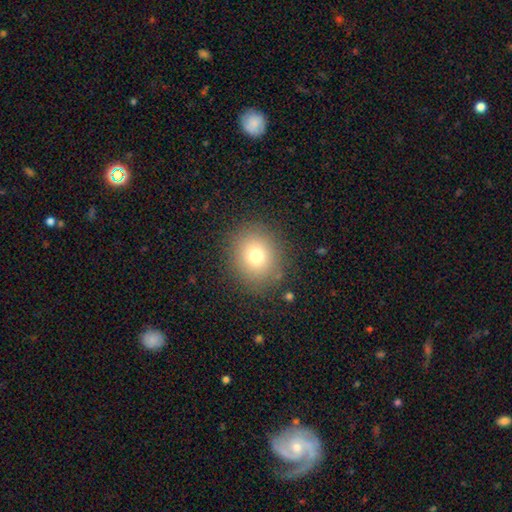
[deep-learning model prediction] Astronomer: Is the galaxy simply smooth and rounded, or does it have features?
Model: smooth — 75%.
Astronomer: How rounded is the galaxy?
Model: round — 77%.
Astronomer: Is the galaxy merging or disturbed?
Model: none — 86%.